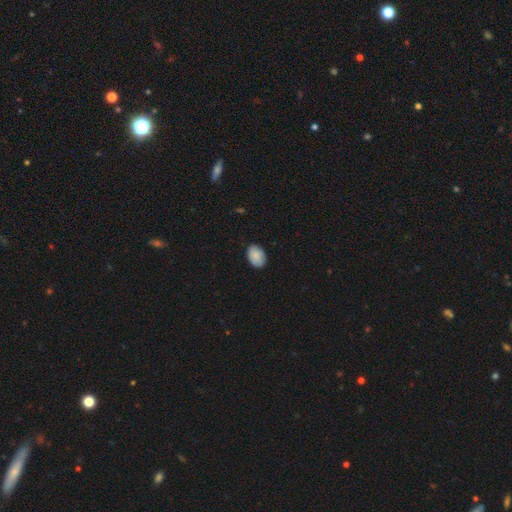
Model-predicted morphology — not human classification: type=smooth (87%); roundness=in between (84%); merging=none (84%).